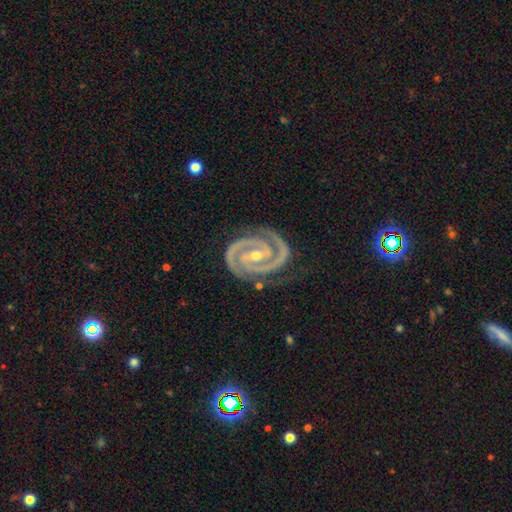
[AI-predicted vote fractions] featured or disk 94%, star or artifact 4%, smooth 2%. Down the decision tree: edge-on disk — no (98%); bar — strong (38%); spiral arms — yes (99%); spiral arm count — 2 (93%); spiral winding — tight (75%); bulge size — moderate (49%); merging — none (82%).